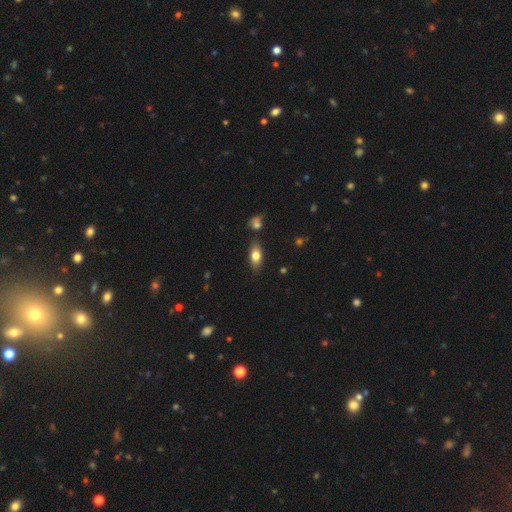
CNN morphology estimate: Smooth or featured? smooth (75%)
How rounded? in between (82%)
Merging? none (79%)